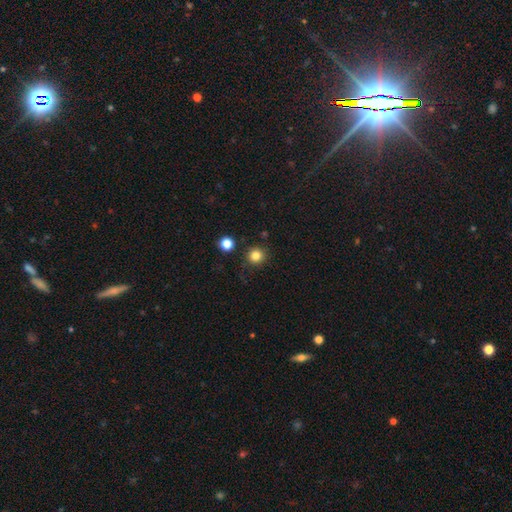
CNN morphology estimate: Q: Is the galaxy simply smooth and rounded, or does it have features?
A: smooth — 83%.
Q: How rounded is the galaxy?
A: round — 94%.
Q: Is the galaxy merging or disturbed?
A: none — 87%.